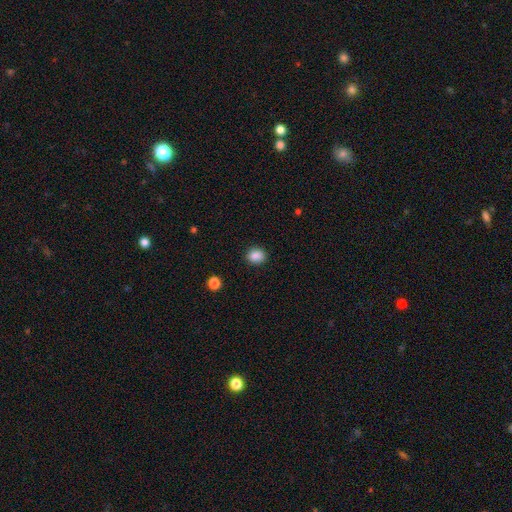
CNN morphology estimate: Overall: smooth (87%). How rounded: round (57%; in between 42%). Merging: none (88%).